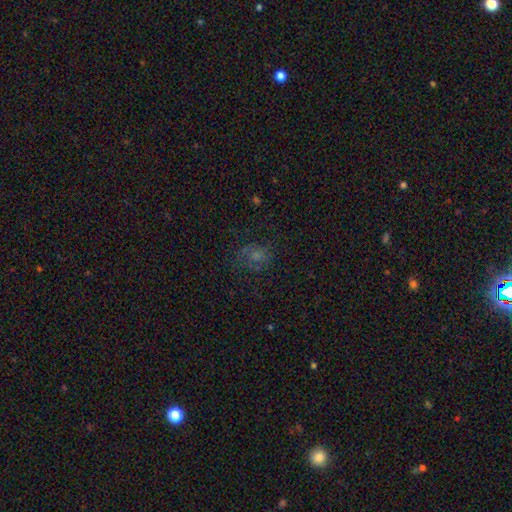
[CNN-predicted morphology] Q: Smooth or featured?
A: smooth (47%); runner-up: featured or disk (28%)
Q: Merging?
A: none (61%); runner-up: minor disturbance (20%)